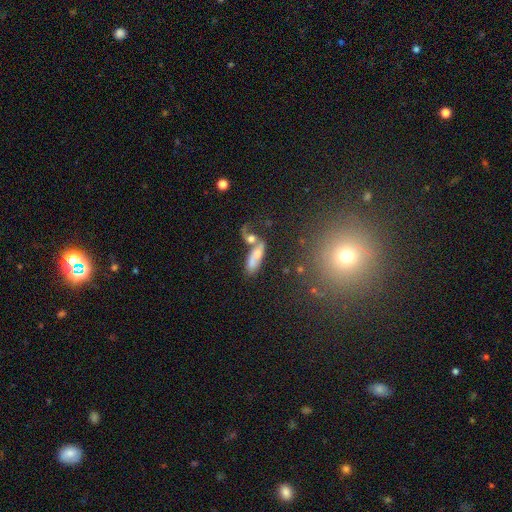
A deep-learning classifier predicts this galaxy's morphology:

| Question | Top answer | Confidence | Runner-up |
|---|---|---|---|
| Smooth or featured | smooth | 51% | featured or disk (38%) |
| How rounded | in between | 65% | cigar-shaped (28%) |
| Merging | merger | 55% | none (21%) |